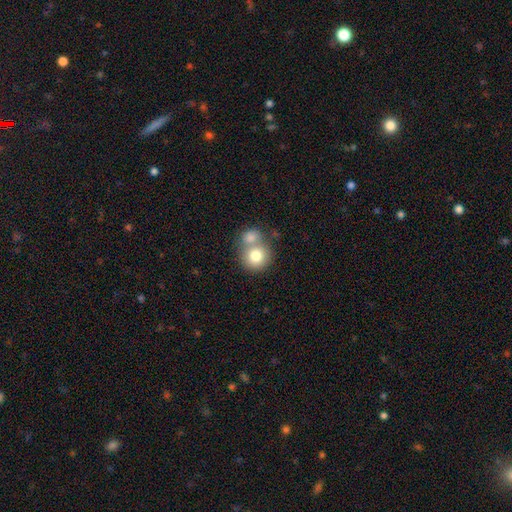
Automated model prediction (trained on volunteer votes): Q: Smooth or featured?
A: smooth (78%); runner-up: featured or disk (14%)
Q: How rounded?
A: round (86%); runner-up: in between (13%)
Q: Merging?
A: merger (50%); runner-up: none (39%)